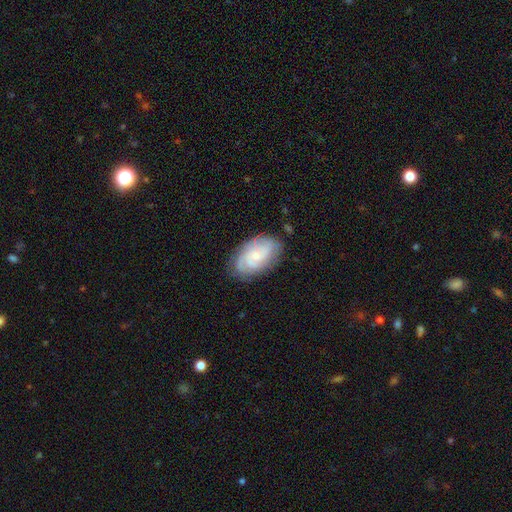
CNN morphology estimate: Smooth or featured?
  - featured or disk: 71% *
  - smooth: 23%
  - star or artifact: 6%
Edge-on disk?
  - no: 96% *
  - yes: 4%
Bar?
  - no: 72% *
  - weak: 25%
  - strong: 4%
Spiral arms?
  - yes: 93% *
  - no: 7%
Spiral winding?
  - tight: 53% *
  - medium: 35%
  - loose: 12%
Spiral arm count?
  - can't tell: 32% *
  - 2: 25%
  - 3: 24%
  - 4: 9%
  - 1: 5%
  - more than 4: 4%
Bulge size?
  - small: 69% *
  - moderate: 26%
  - none: 2%
  - large: 2%
  - dominant: 1%
Merging?
  - none: 76% *
  - minor disturbance: 17%
  - major disturbance: 5%
  - merger: 1%